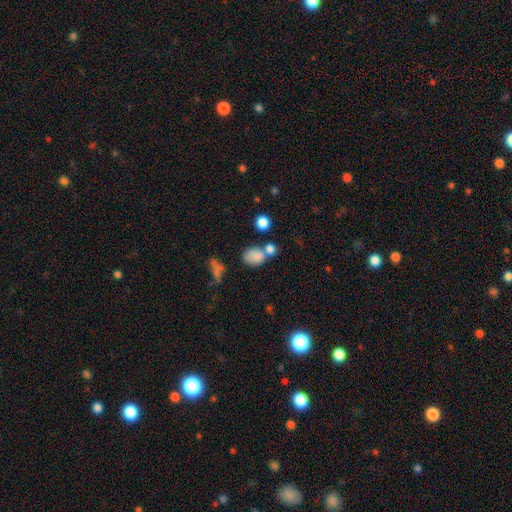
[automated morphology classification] smooth-or-featured: smooth: 80% | star or artifact: 12% | featured or disk: 8%
  how-rounded: in between: 59% | round: 39% | cigar-shaped: 2%
  merging: none: 45% | merger: 34% | minor disturbance: 14% | major disturbance: 7%